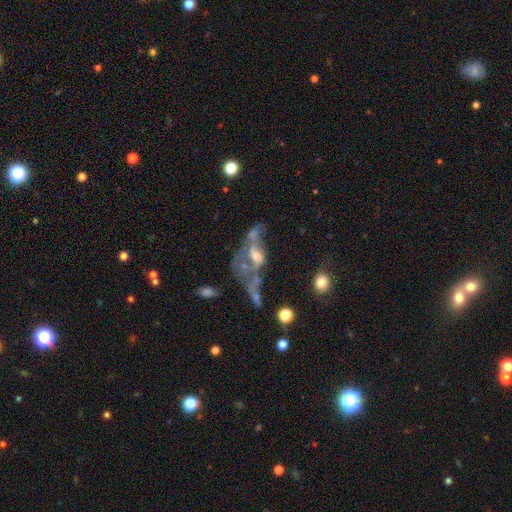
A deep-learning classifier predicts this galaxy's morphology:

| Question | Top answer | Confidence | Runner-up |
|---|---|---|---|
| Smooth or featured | featured or disk | 62% | smooth (22%) |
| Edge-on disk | no | 93% | yes (7%) |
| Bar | no | 75% | weak (18%) |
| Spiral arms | no | 75% | yes (25%) |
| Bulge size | moderate | 42% | small (30%) |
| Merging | merger | 39% | major disturbance (35%) |